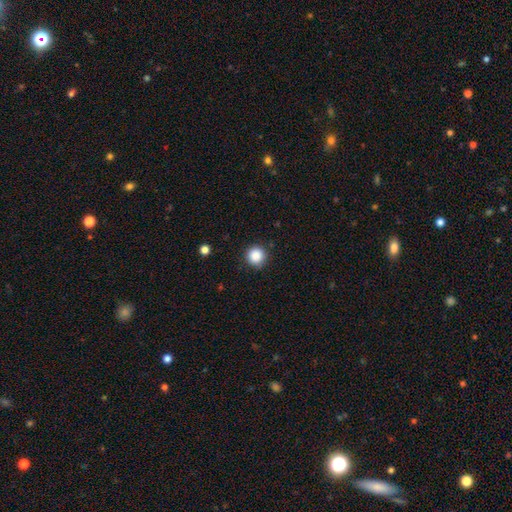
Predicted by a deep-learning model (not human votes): Overall: smooth (87%). How rounded: round (95%). Merging: none (89%).